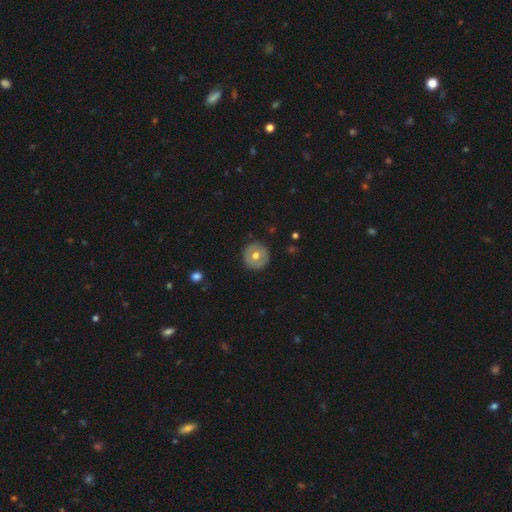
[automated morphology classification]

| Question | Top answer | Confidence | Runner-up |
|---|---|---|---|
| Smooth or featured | smooth | 59% | featured or disk (35%) |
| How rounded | round | 95% | in between (4%) |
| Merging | none | 90% | minor disturbance (7%) |